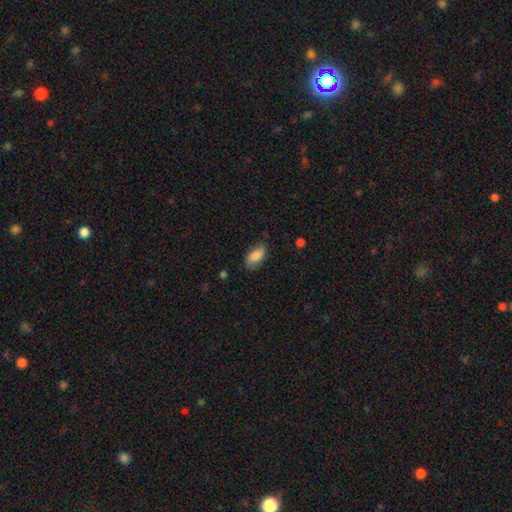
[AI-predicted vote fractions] smooth 77%, featured or disk 15%, star or artifact 7%. Down the decision tree: how rounded — in between (92%); merging — none (73%).